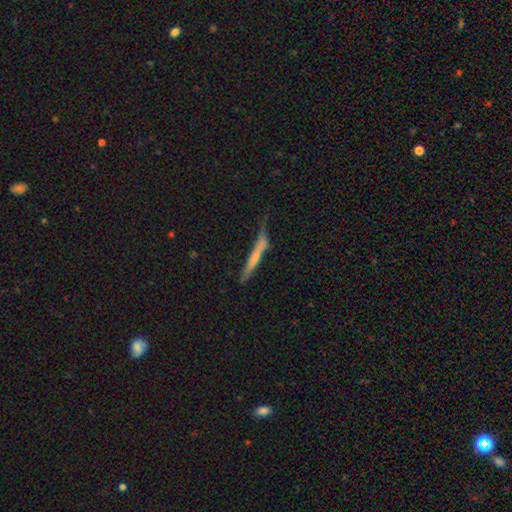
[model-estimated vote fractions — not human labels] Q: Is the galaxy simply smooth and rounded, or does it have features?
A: smooth — 54%.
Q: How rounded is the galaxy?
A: cigar-shaped — 95%.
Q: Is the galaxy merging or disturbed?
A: none — 59%.